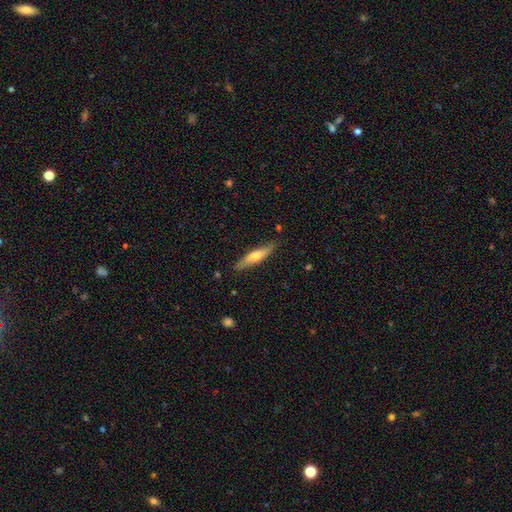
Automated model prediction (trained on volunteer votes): This appears to be a smooth galaxy with no disk features (51%) that is cigar-shaped (81%). Merging: none (84%).